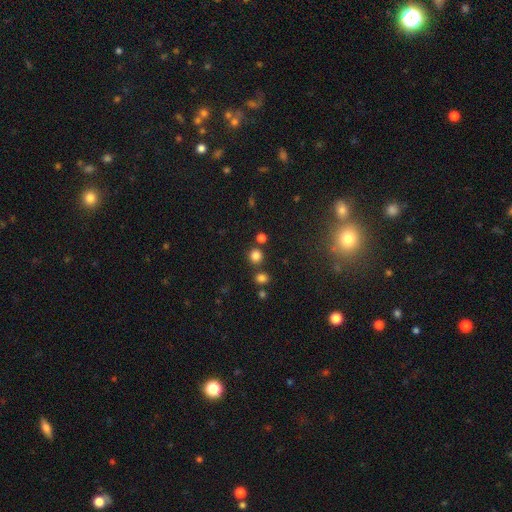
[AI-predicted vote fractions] Overall: smooth (79%). How rounded: round (88%). Merging: none (78%).